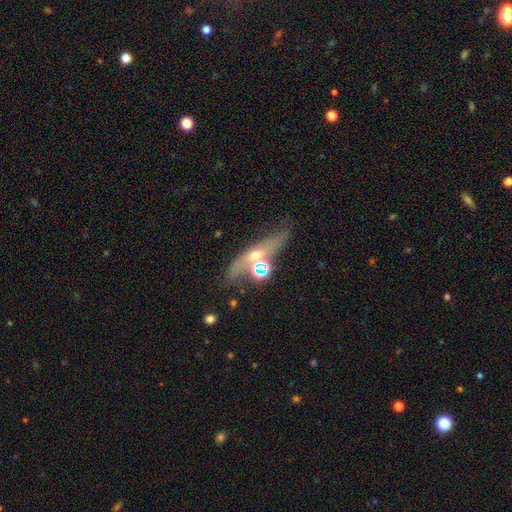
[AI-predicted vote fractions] smooth-or-featured: featured or disk: 54% | smooth: 30% | star or artifact: 15%
  disk-edge-on: no: 52% | yes: 48%
  merging: none: 53% | merger: 19% | minor disturbance: 17% | major disturbance: 11%